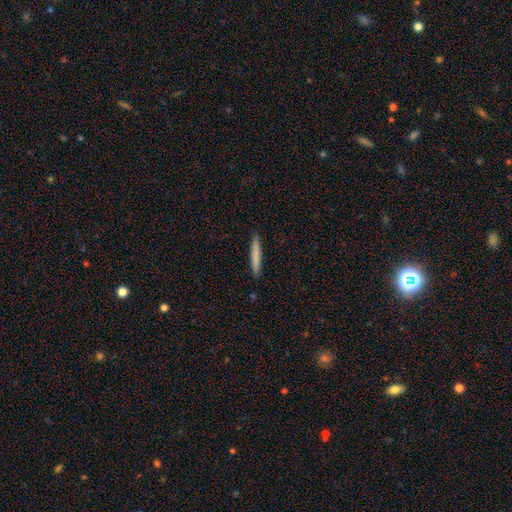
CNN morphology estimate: Smooth or featured? Predicted: smooth (p=0.78). How rounded? Predicted: cigar-shaped (p=0.95). Merging? Predicted: none (p=0.91).